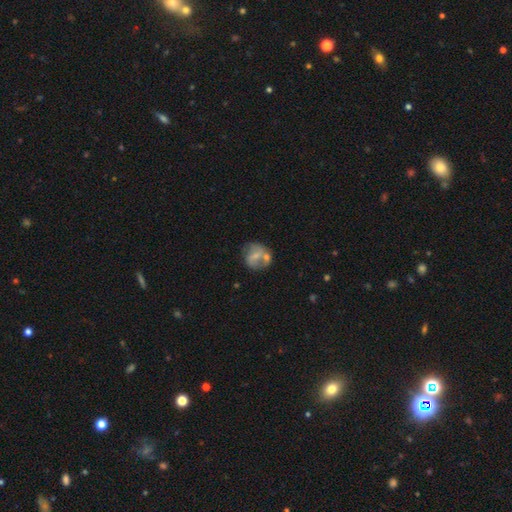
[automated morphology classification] smooth-or-featured: smooth: 51% | featured or disk: 41% | star or artifact: 8%
  how-rounded: round: 75% | in between: 24% | cigar-shaped: 1%
  merging: none: 45% | merger: 29% | minor disturbance: 18% | major disturbance: 8%